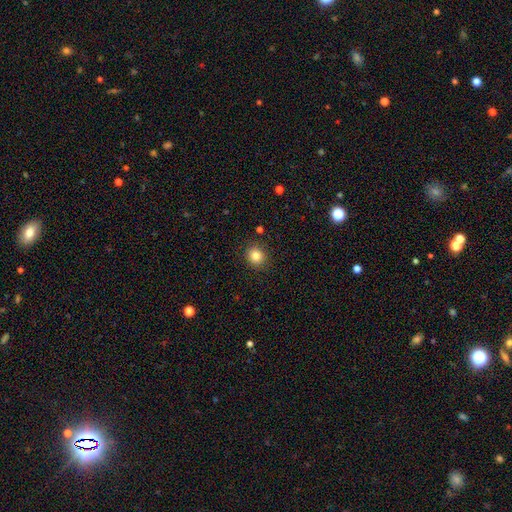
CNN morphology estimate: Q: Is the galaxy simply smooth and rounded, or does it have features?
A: smooth — 84%.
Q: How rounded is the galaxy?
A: round — 84%.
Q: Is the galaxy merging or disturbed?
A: none — 90%.